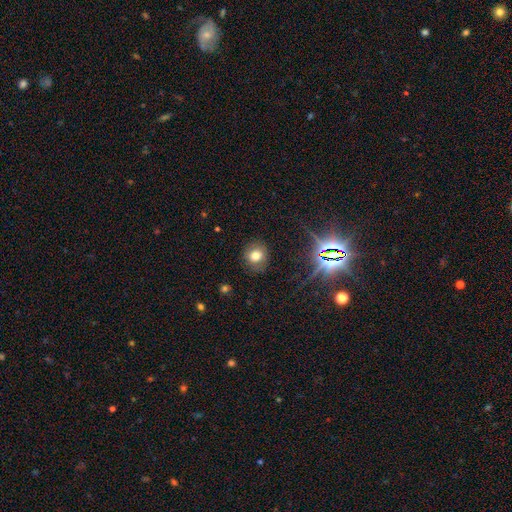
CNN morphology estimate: This is likely a smooth galaxy (71%). How rounded: clearly round (81%). Merging: clearly none (85%).